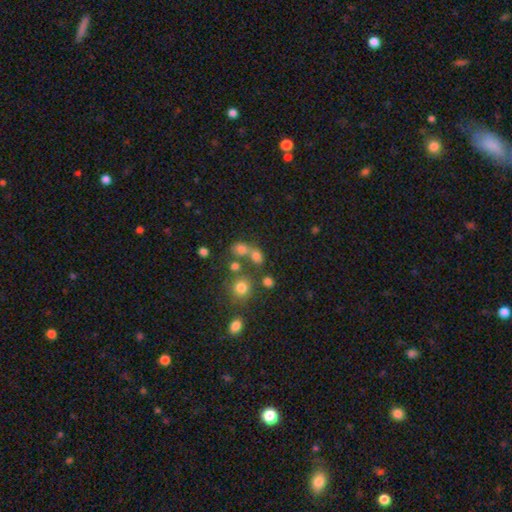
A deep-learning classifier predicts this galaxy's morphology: Smooth or featured: smooth — 70% (star or artifact — 19%)
How rounded: round — 56% (in between — 42%)
Merging: none — 46% (merger — 37%)